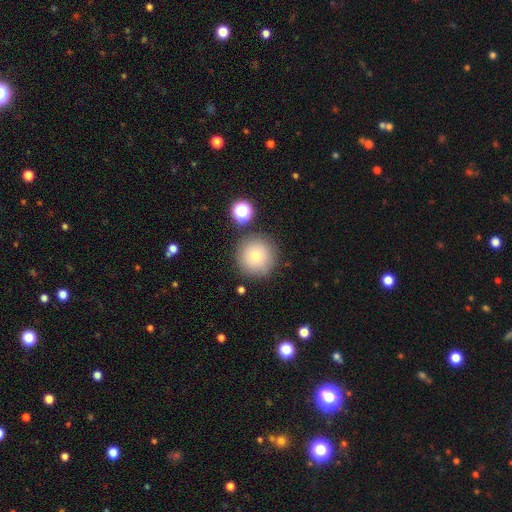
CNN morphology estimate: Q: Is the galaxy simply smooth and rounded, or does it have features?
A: smooth — 75%.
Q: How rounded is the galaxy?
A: round — 96%.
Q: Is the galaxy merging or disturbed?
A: none — 82%.